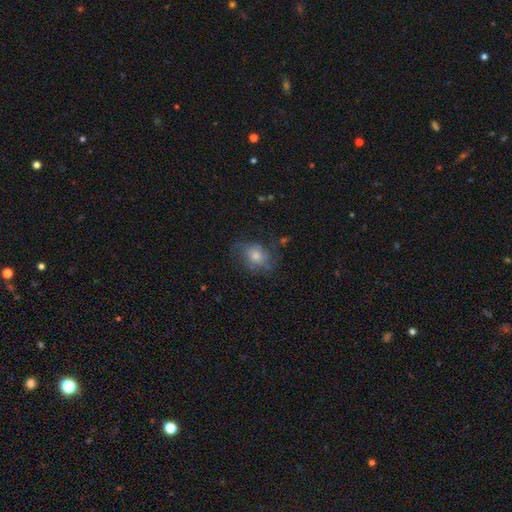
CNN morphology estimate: type=featured or disk (43%, tied with smooth); merging=none (63%).